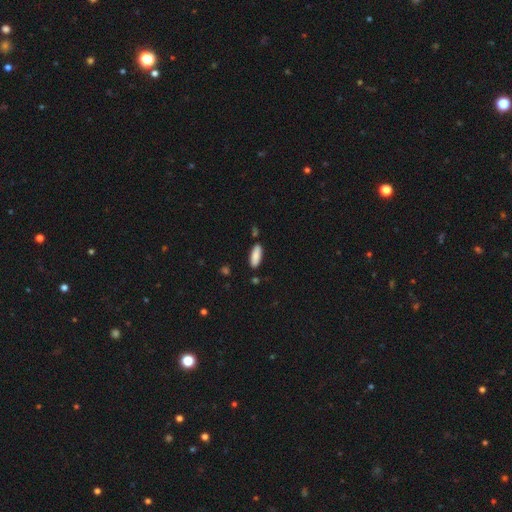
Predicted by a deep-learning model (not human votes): The model was most divided on "how rounded": in between: 67%, cigar-shaped: 31%, round: 2%. More confident: smooth or featured — smooth (88%); merging — none (83%).